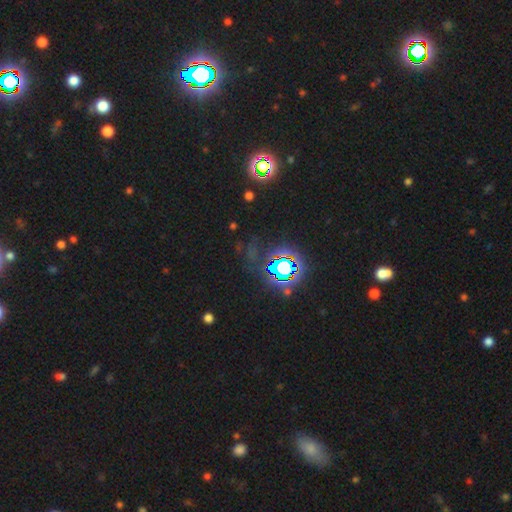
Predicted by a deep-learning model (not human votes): Overall: star or artifact (83%).